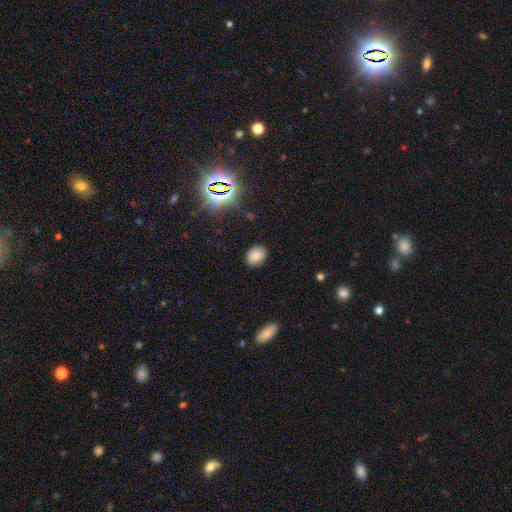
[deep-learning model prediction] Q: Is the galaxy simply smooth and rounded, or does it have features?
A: smooth — 79%.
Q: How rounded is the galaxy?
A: in between — 70%.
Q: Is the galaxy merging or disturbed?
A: none — 86%.